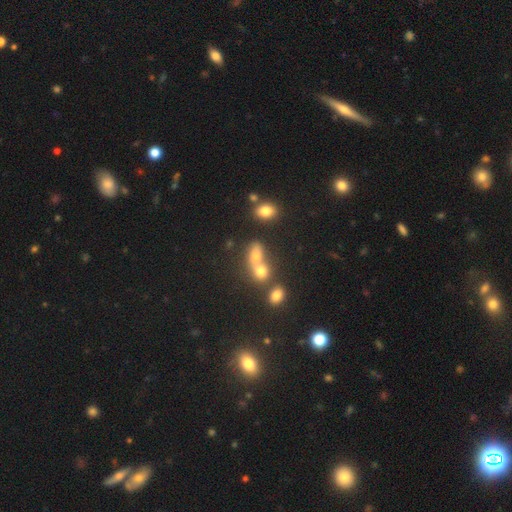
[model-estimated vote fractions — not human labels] Overall: smooth (68%). How rounded: in between (50%; round 47%). Merging: merger (58%; none 29%).